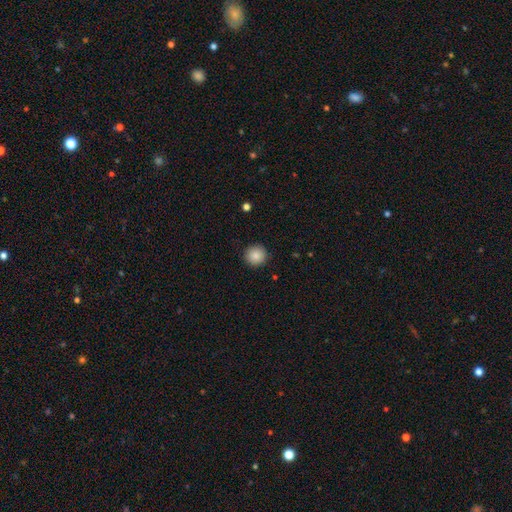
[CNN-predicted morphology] Smooth or featured? Predicted: smooth (p=0.87). How rounded? Predicted: round (p=0.94). Merging? Predicted: none (p=0.92).